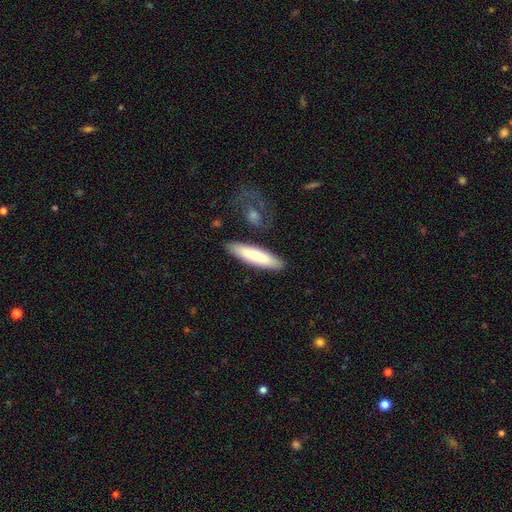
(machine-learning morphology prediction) Smooth or featured? Predicted: smooth (p=0.74). How rounded? Predicted: cigar-shaped (p=0.76). Merging? Predicted: none (p=0.84).